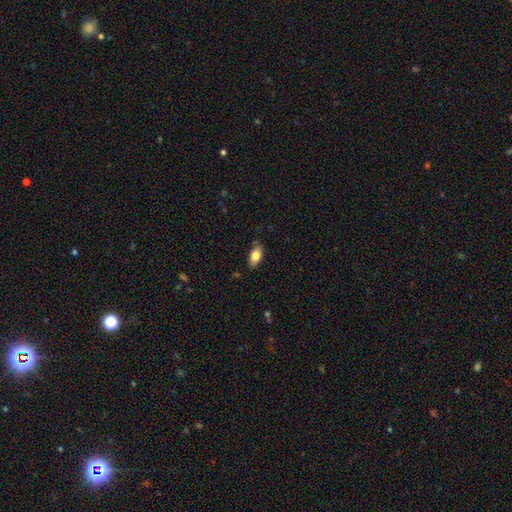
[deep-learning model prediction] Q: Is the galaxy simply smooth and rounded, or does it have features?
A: smooth — 81%.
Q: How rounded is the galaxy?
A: in between — 90%.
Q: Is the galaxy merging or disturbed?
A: none — 81%.